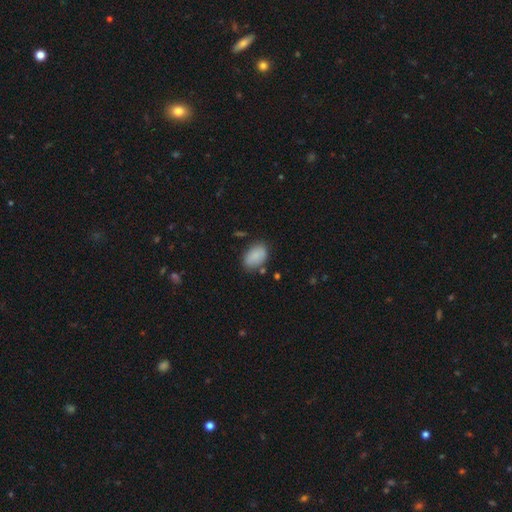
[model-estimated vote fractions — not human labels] A smooth galaxy with no disk features (87%) that is in between round and cigar-shaped (88%). Merging: none (74%).